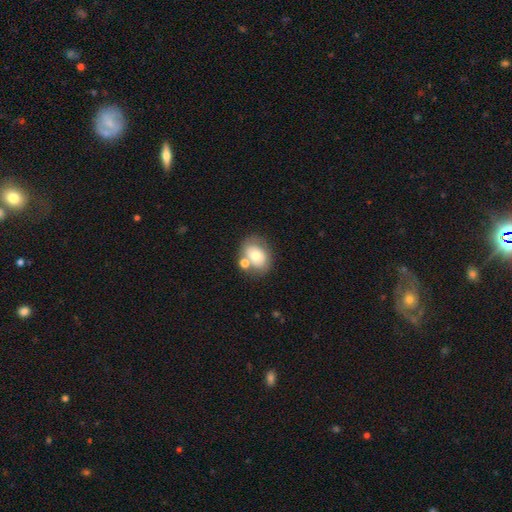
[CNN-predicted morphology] Q: Smooth or featured?
A: smooth (62%); runner-up: featured or disk (30%)
Q: How rounded?
A: in between (59%); runner-up: round (40%)
Q: Merging?
A: none (53%); runner-up: merger (25%)